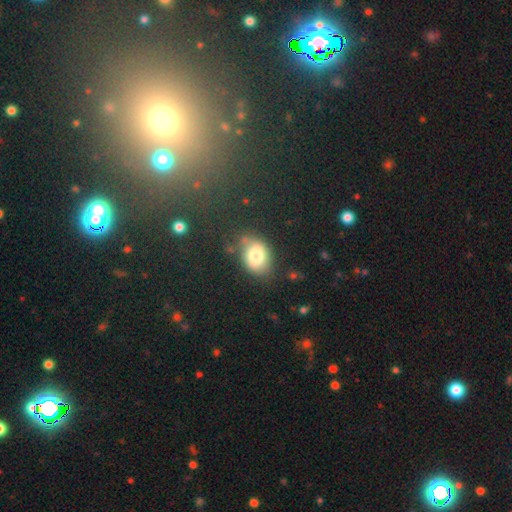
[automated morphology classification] A smooth galaxy with no disk features (79%) that is in between round and cigar-shaped (67%).

Vote fractions:
- Smooth or featured? smooth: 79% / featured or disk: 12% / star or artifact: 10%
- How rounded? in between: 67% / round: 31% / cigar-shaped: 1%
- Merging? none: 67% / minor disturbance: 21% / major disturbance: 6% / merger: 6%